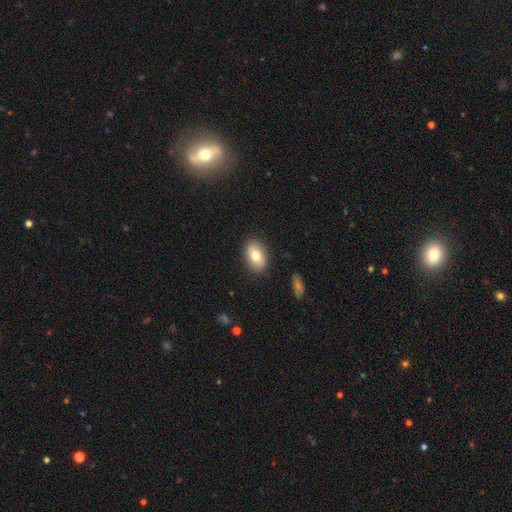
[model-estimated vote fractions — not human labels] The model was most divided on "smooth or featured": smooth: 78%, featured or disk: 14%, star or artifact: 7%. More confident: how rounded — in between (90%); merging — none (86%).